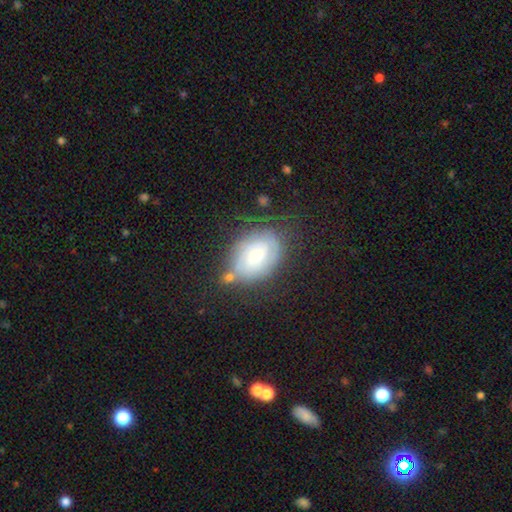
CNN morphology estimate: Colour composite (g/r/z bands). It shows a featured or disk galaxy (60%) with no bar (62%), spiral arms (81%) and a moderate central bulge (52%). Merging: none (63%).